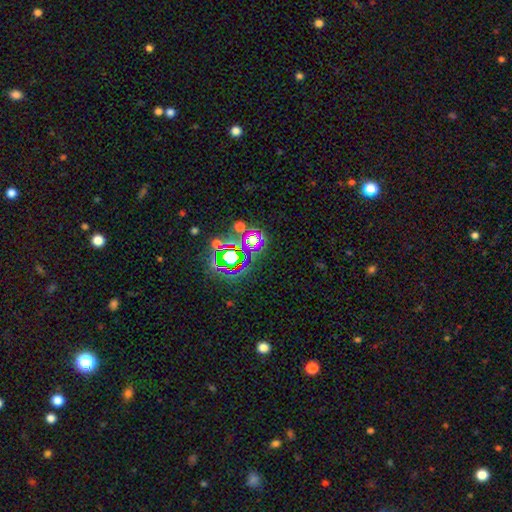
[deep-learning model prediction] Smooth or featured?
  - star or artifact: 73% *
  - smooth: 16%
  - featured or disk: 11%